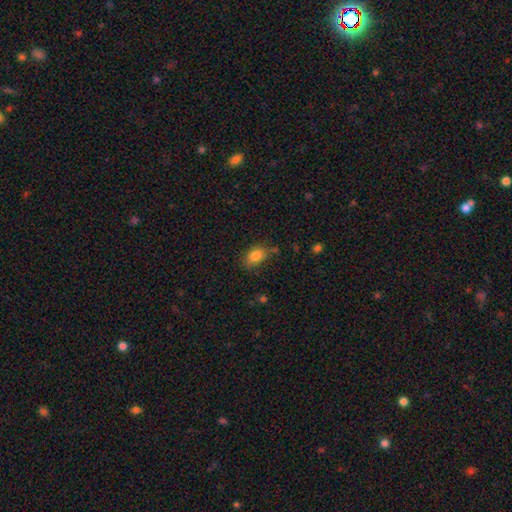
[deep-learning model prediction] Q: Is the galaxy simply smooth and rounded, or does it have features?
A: smooth — 83%.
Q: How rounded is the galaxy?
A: in between — 80%.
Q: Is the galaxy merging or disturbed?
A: none — 66%.